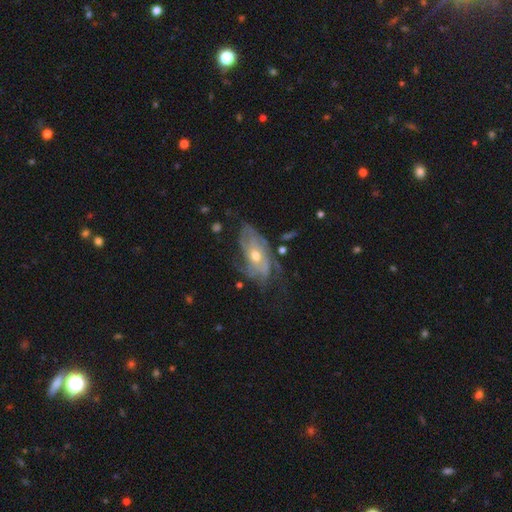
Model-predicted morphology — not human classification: This appears to be a featured or disk galaxy (79%) with no bar (78%), tight (55%) spiral arms (84%) and a moderate central bulge (57%). Merging: none (53%).